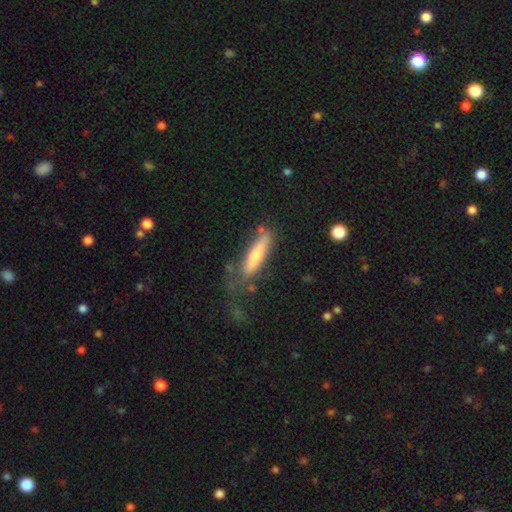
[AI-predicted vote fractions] A smooth galaxy with no disk features (59%) that is cigar-shaped (76%). Merging: none (48%).